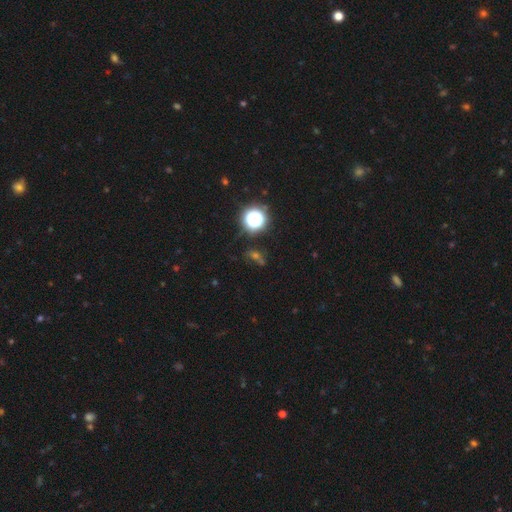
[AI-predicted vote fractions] Q: Smooth or featured?
A: star or artifact (53%); runner-up: smooth (31%)